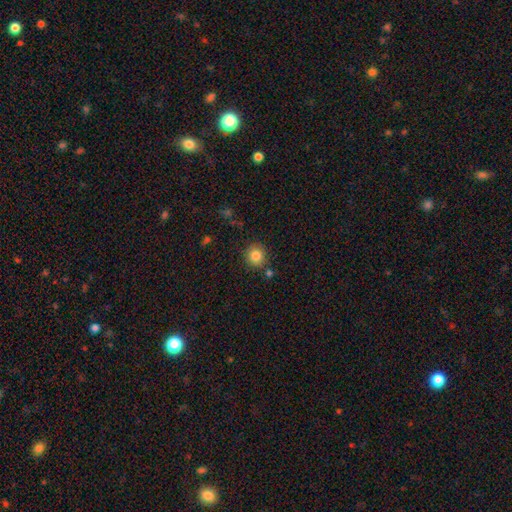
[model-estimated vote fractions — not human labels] Smooth or featured?
  - smooth: 84% *
  - star or artifact: 10%
  - featured or disk: 6%
How rounded?
  - round: 90% *
  - in between: 9%
  - cigar-shaped: 1%
Merging?
  - none: 83% *
  - minor disturbance: 9%
  - merger: 5%
  - major disturbance: 3%